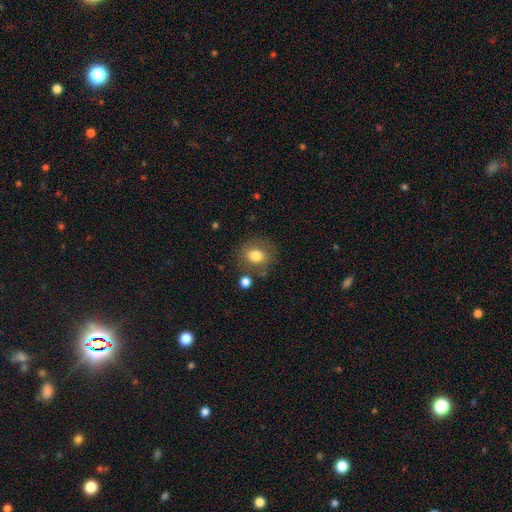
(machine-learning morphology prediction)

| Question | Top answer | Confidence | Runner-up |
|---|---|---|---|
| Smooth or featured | smooth | 77% | featured or disk (13%) |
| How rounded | round | 74% | in between (25%) |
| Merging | none | 77% | minor disturbance (13%) |